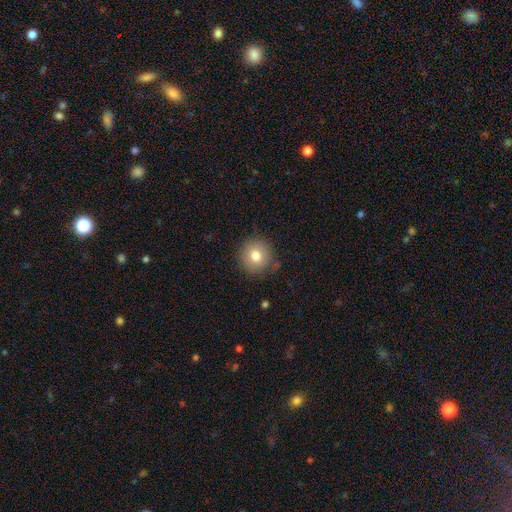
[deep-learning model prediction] Smooth or featured?
  - smooth: 78% *
  - featured or disk: 11%
  - star or artifact: 10%
How rounded?
  - round: 92% *
  - in between: 7%
  - cigar-shaped: 1%
Merging?
  - none: 86% *
  - minor disturbance: 10%
  - major disturbance: 3%
  - merger: 2%